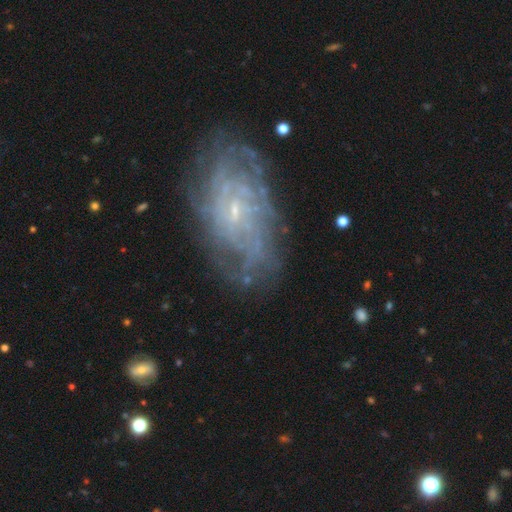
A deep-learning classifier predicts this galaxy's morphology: A featured or disk galaxy (78%) with no bar (66%), tight (63%) spiral arms (85%) and a small central bulge (82%). Merging: none (75%).